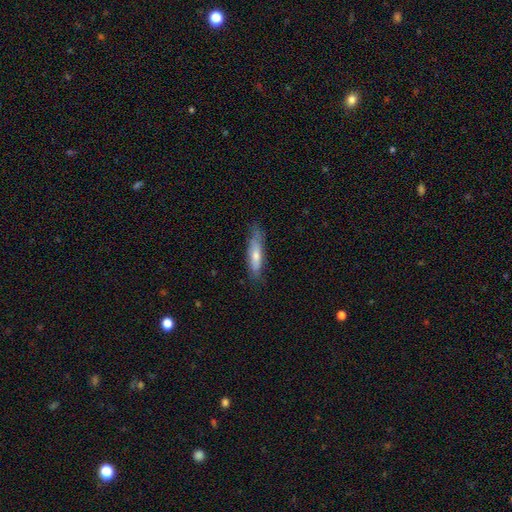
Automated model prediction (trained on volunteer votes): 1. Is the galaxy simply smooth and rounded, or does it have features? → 56% smooth, 37% featured or disk, 6% star or artifact.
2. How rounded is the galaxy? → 76% cigar-shaped, 22% in between, 2% round.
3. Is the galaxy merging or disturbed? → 71% none, 23% minor disturbance, 5% major disturbance, 1% merger.